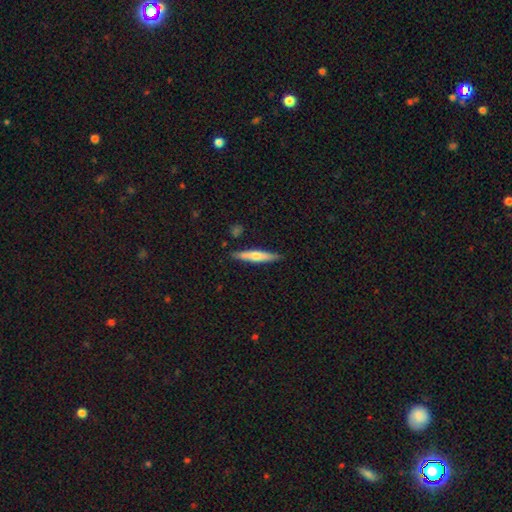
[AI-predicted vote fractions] Smooth or featured?
  - smooth: 57% *
  - featured or disk: 38%
  - star or artifact: 6%
How rounded?
  - cigar-shaped: 90% *
  - in between: 9%
  - round: 1%
Merging?
  - none: 85% *
  - minor disturbance: 11%
  - merger: 2%
  - major disturbance: 2%